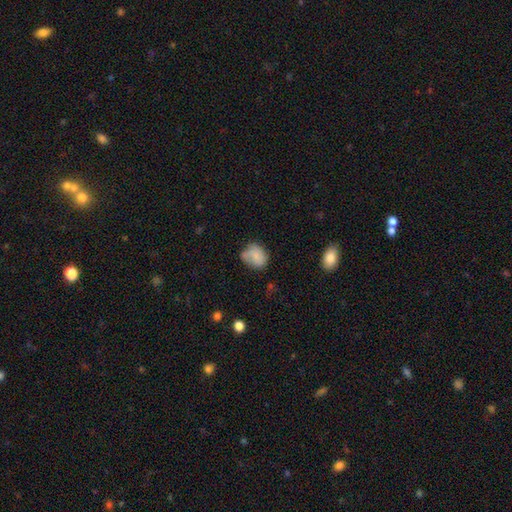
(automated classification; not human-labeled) Q: Smooth or featured?
A: smooth (73%); runner-up: featured or disk (18%)
Q: How rounded?
A: round (55%); runner-up: in between (44%)
Q: Merging?
A: none (49%); runner-up: minor disturbance (31%)